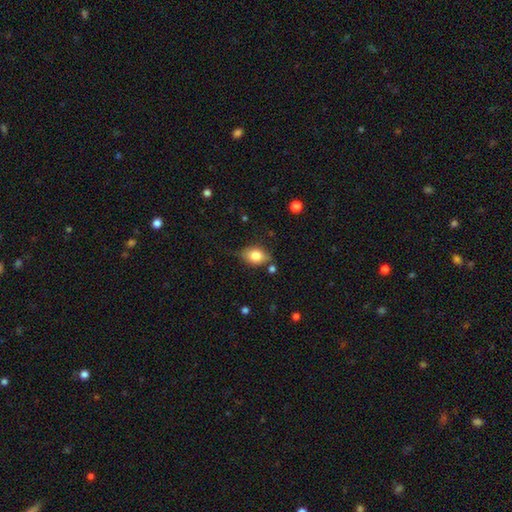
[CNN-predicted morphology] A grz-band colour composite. It shows a smooth galaxy with no disk features (78%) that is in between round and cigar-shaped (78%). Merging: none (71%).